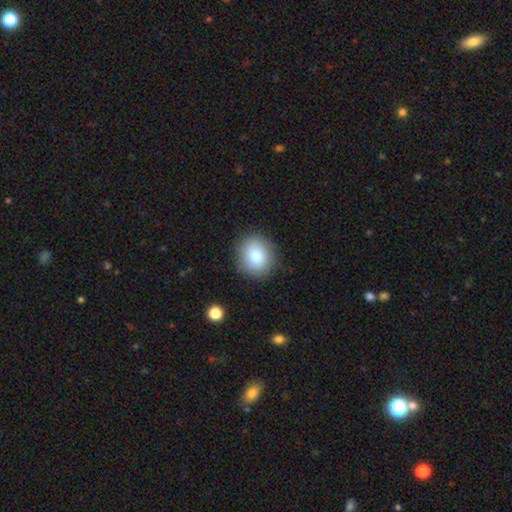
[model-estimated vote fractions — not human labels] Smooth or featured? smooth (82%)
How rounded? round (79%)
Merging? none (86%)